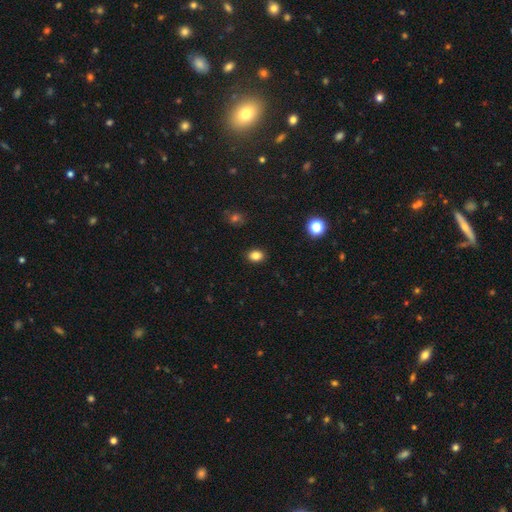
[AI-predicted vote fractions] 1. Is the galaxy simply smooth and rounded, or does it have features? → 84% smooth, 11% star or artifact, 5% featured or disk.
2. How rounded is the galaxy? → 61% in between, 38% round, 1% cigar-shaped.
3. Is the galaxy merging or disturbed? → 90% none, 7% minor disturbance, 2% major disturbance, 1% merger.